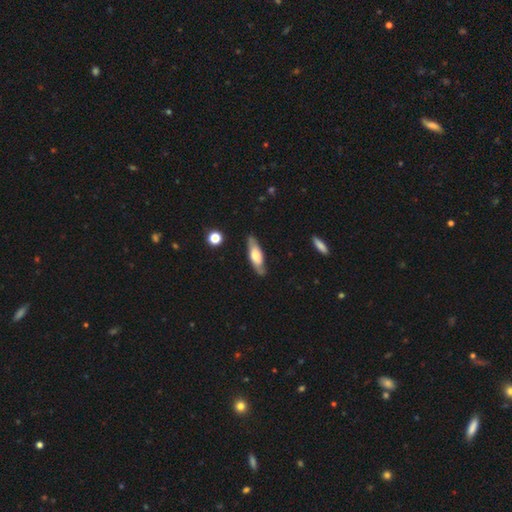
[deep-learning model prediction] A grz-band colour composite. It shows a smooth galaxy with no disk features (51%) that is in between round and cigar-shaped (51%). Merging: none (80%).